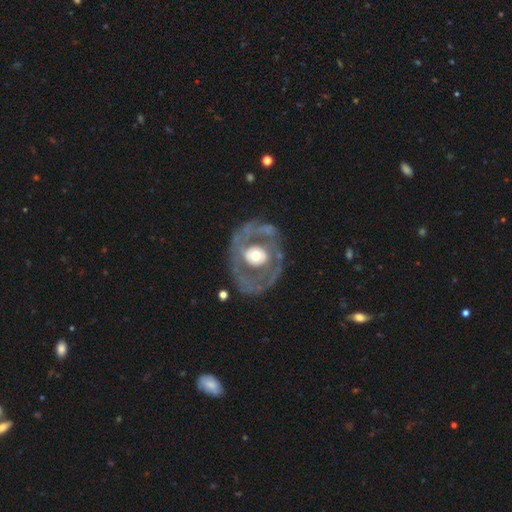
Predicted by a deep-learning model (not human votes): The model was most divided on "spiral arms": no: 61%, yes: 39%. More confident: edge-on disk — no (96%); bar — no (77%); smooth or featured — featured or disk (72%); merging — none (66%); bulge size — moderate (61%).